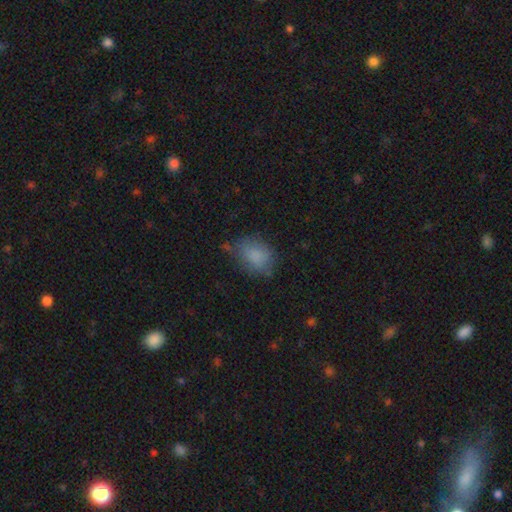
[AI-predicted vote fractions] Smooth or featured: smooth — 82% (star or artifact — 10%)
How rounded: in between — 69% (round — 30%)
Merging: none — 61% (minor disturbance — 27%)